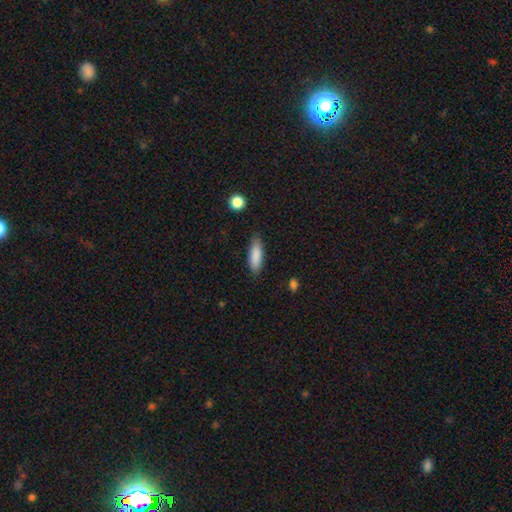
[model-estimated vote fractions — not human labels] Morphology: type=smooth (87%); roundness=in between (54%); merging=none (82%).